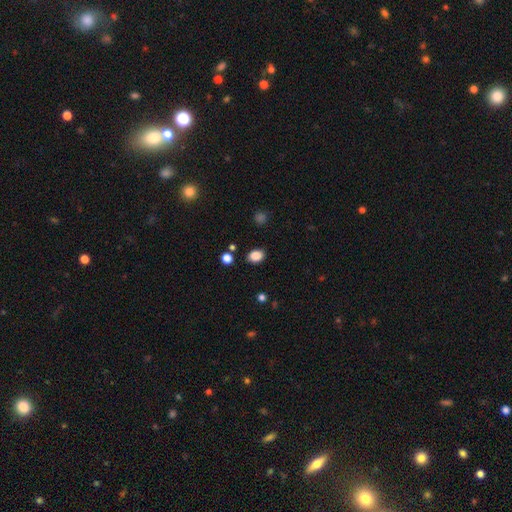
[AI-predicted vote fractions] A smooth galaxy with no disk features (86%) that is in between round and cigar-shaped (70%). Merging: none (84%).